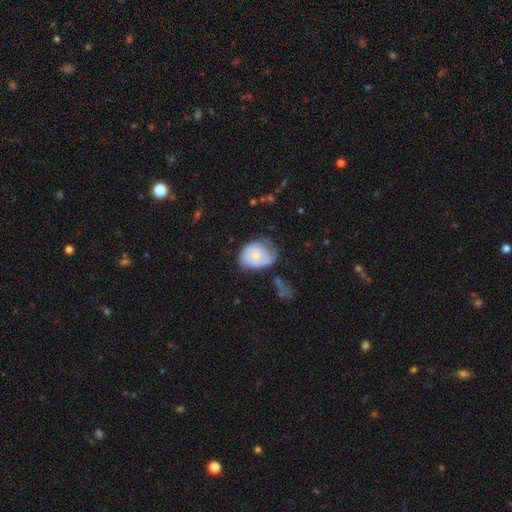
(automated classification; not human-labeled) This is possibly a featured or disk galaxy (52%). It is clearly not viewed edge-on (97%). Bar: likely no (72%). Spiral arm pattern: likely yes (74%). Central bulge: possibly small (45%). Merging: marginally none (42%).